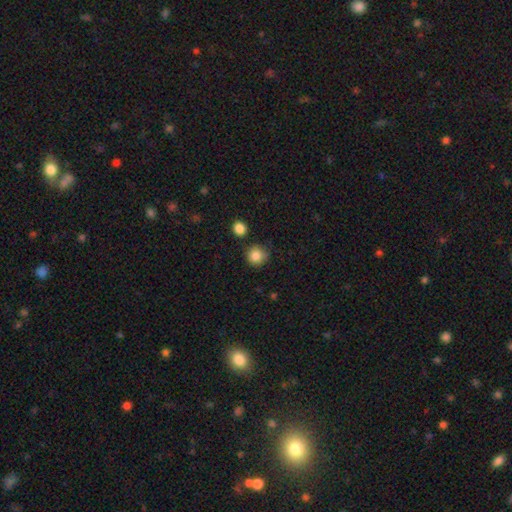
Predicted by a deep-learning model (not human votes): The model was most divided on "merging": none: 77%, minor disturbance: 15%, merger: 4%, major disturbance: 3%. More confident: how rounded — round (92%); smooth or featured — smooth (85%).